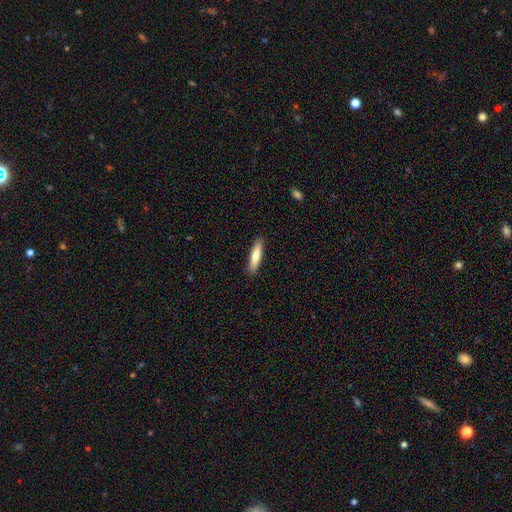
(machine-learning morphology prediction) Q: Smooth or featured?
A: smooth (74%); runner-up: featured or disk (21%)
Q: How rounded?
A: cigar-shaped (81%); runner-up: in between (18%)
Q: Merging?
A: none (89%); runner-up: minor disturbance (8%)